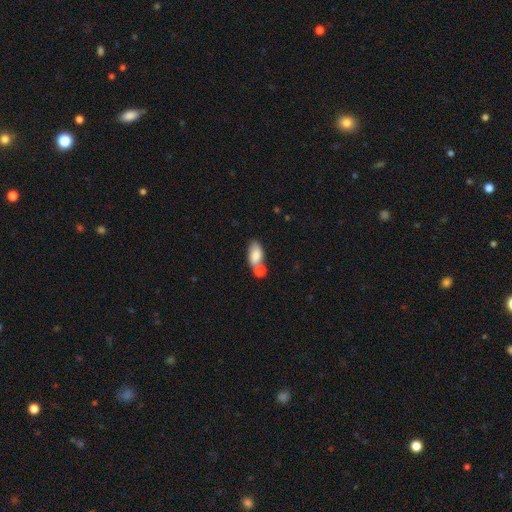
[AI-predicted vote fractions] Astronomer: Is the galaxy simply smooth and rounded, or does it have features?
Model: smooth — 81%.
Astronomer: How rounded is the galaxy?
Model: in between — 90%.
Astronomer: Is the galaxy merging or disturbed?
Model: merger — 46% (runner-up: none, 34%).